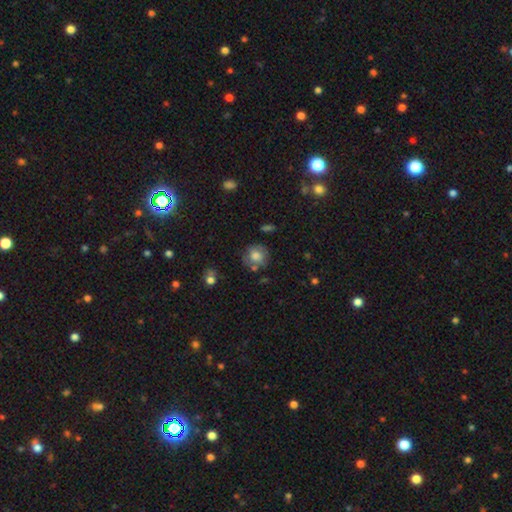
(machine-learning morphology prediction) type=smooth (64%); roundness=round (80%); merging=none (64%).